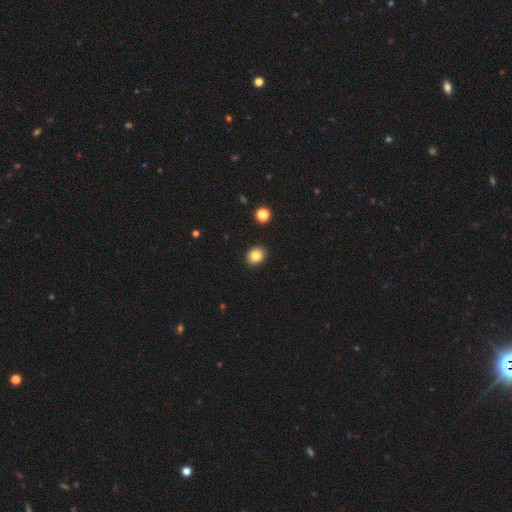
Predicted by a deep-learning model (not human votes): This appears to be a smooth galaxy with no disk features (84%) that is round (62%). Merging: none (91%).